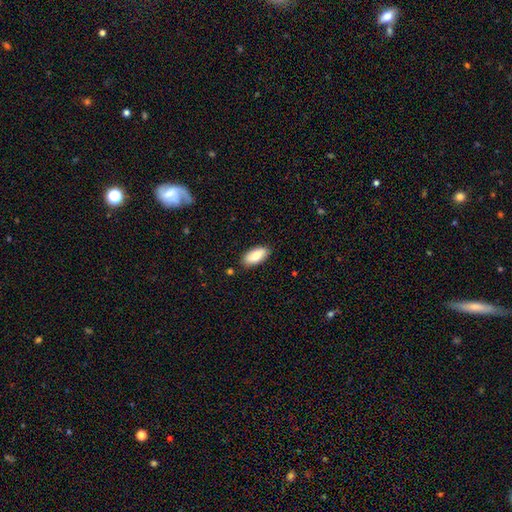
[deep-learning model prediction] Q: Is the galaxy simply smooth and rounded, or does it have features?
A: smooth — 82%.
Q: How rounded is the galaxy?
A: in between — 90%.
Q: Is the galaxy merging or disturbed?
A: none — 87%.